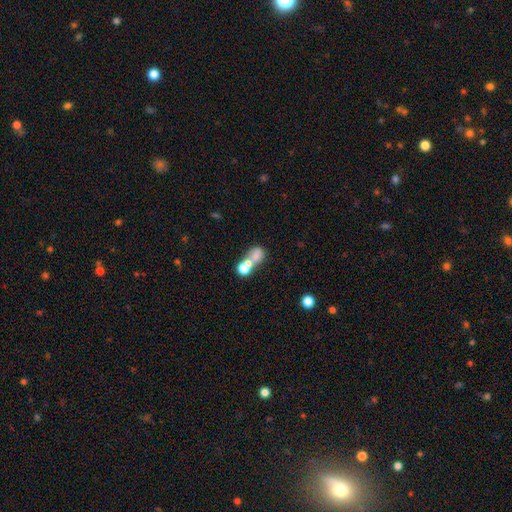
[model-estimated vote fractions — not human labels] Smooth or featured?
  - smooth: 64% *
  - featured or disk: 22%
  - star or artifact: 14%
How rounded?
  - round: 49% *
  - in between: 47%
  - cigar-shaped: 3%
Merging?
  - merger: 58% *
  - none: 26%
  - minor disturbance: 8%
  - major disturbance: 8%